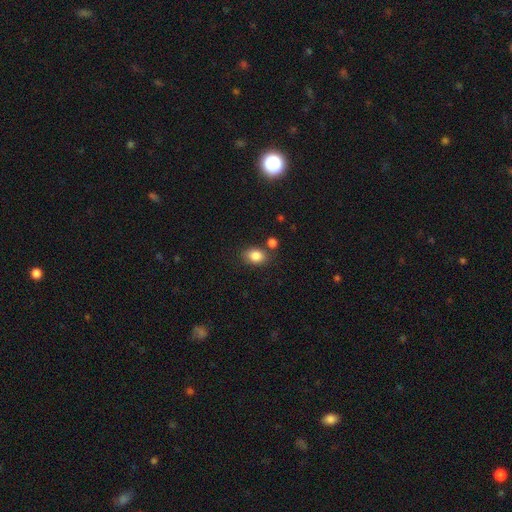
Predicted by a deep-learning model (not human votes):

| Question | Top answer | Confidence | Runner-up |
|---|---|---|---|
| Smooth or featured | smooth | 85% | star or artifact (9%) |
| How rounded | in between | 67% | round (31%) |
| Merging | none | 73% | minor disturbance (13%) |